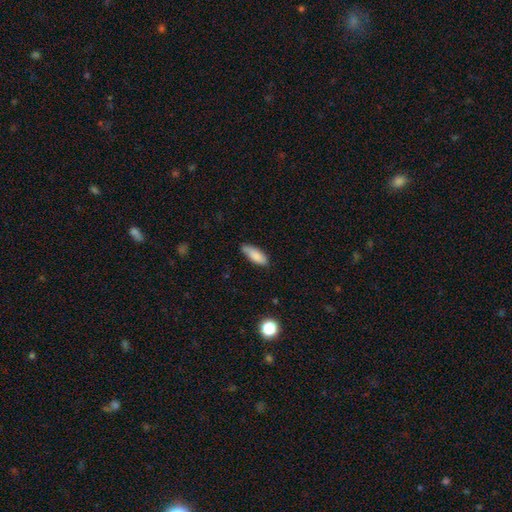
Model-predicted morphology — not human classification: Smooth or featured: smooth — 84% (featured or disk — 9%)
How rounded: in between — 69% (cigar-shaped — 29%)
Merging: none — 68% (minor disturbance — 26%)